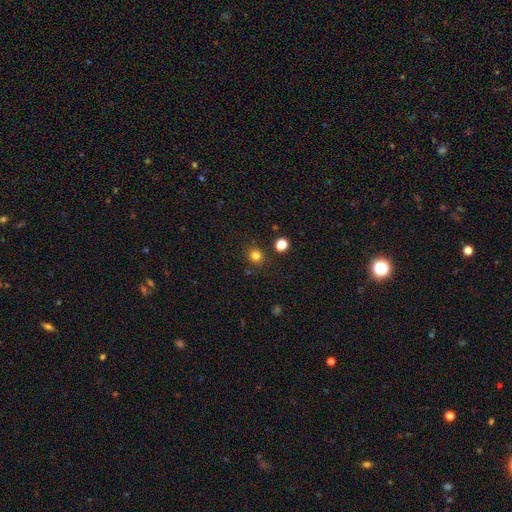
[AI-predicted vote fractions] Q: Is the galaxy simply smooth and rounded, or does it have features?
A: smooth — 80%.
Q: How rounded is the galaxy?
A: round — 84%.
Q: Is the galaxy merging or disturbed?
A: none — 85%.